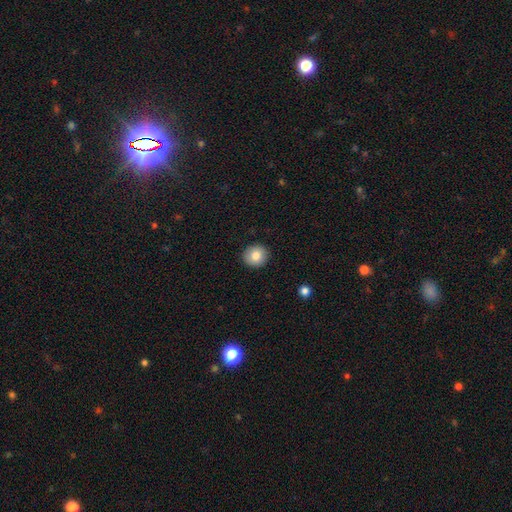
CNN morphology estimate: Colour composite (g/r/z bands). It shows a smooth galaxy with no disk features (82%) that is round (90%). Merging: none (91%).